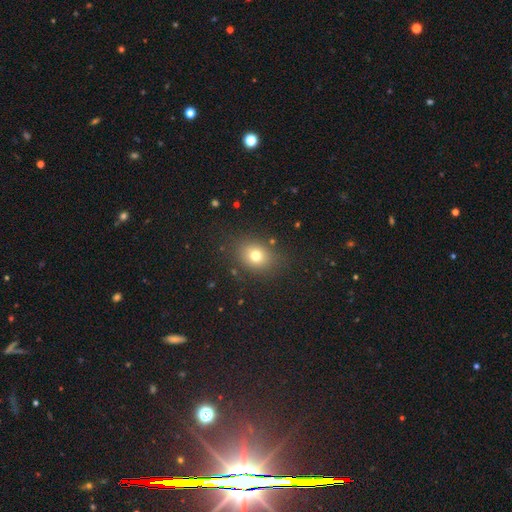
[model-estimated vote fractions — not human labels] smooth 74%, star or artifact 15%, featured or disk 11%. Down the decision tree: how rounded — round (51%); merging — none (83%).